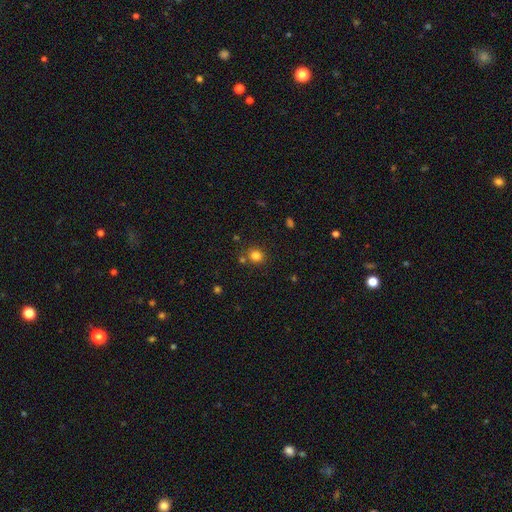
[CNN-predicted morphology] This is clearly a smooth galaxy (80%). How rounded: clearly round (83%). Merging: likely none (76%).